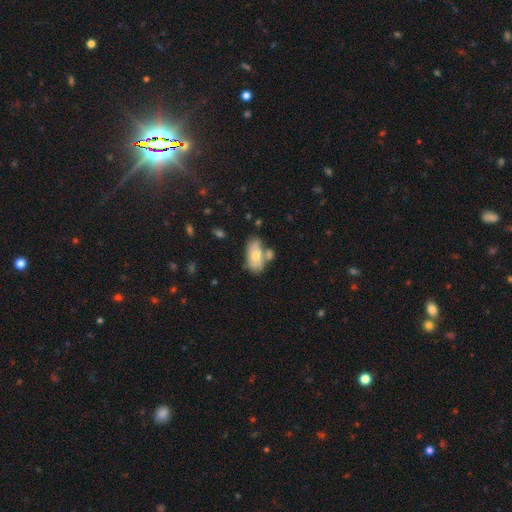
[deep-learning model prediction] This is likely a smooth galaxy (67%). How rounded: clearly in between (92%). Merging: possibly none (48%).